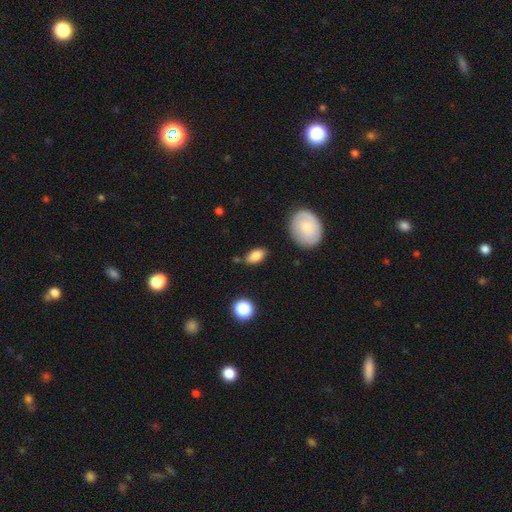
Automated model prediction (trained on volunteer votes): Morphology: type=smooth (84%); roundness=in between (90%); merging=none (78%).